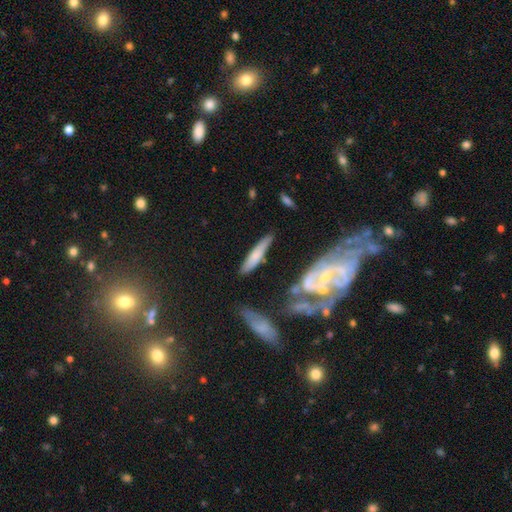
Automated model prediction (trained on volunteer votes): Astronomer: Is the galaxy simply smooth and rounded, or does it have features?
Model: smooth — 60%.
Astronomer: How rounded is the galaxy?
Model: cigar-shaped — 81%.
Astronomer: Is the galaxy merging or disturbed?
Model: none — 67%.